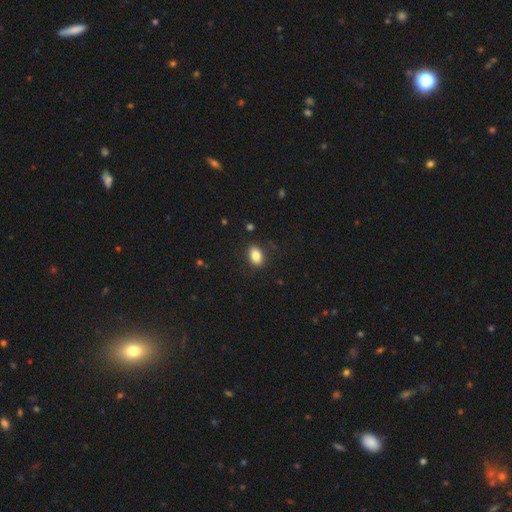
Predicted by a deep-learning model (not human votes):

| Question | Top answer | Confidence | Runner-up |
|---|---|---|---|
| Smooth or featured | smooth | 84% | star or artifact (8%) |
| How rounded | in between | 84% | round (14%) |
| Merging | none | 86% | minor disturbance (10%) |